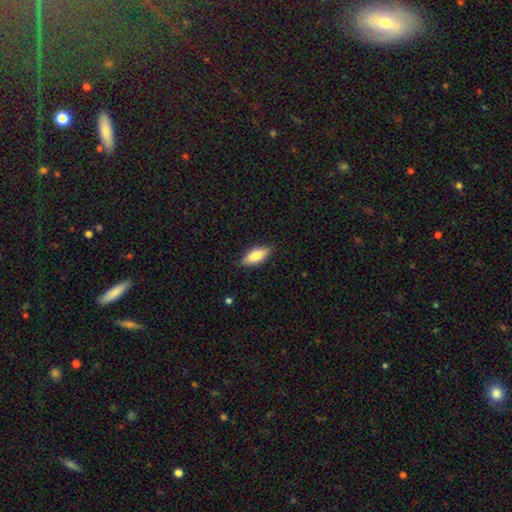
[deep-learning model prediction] Smooth or featured? Predicted: smooth (p=0.78). How rounded? Predicted: in between (p=0.77). Merging? Predicted: none (p=0.86).